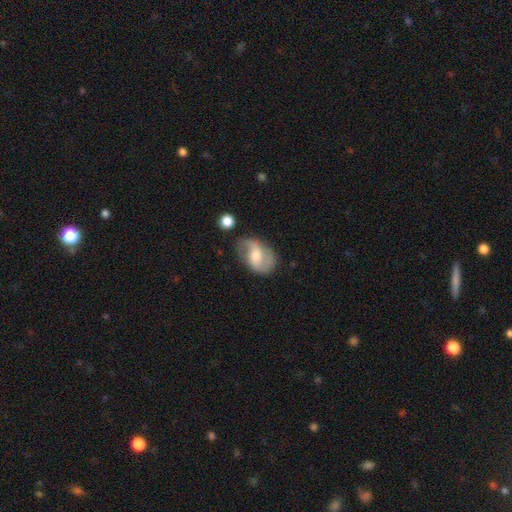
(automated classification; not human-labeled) Morphology: type=featured or disk (74%); edge-on=no (97%); bar=weak (46%); spiral arms=yes (92%); winding=medium (43%, tied with loose); arm count=2 (88%); bulge=moderate (61%); merging=none (73%).